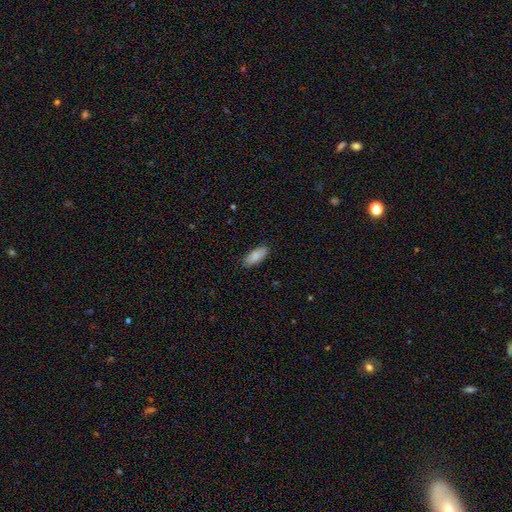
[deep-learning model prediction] Smooth or featured: smooth — 86% (featured or disk — 8%)
How rounded: in between — 83% (cigar-shaped — 16%)
Merging: none — 86% (minor disturbance — 11%)